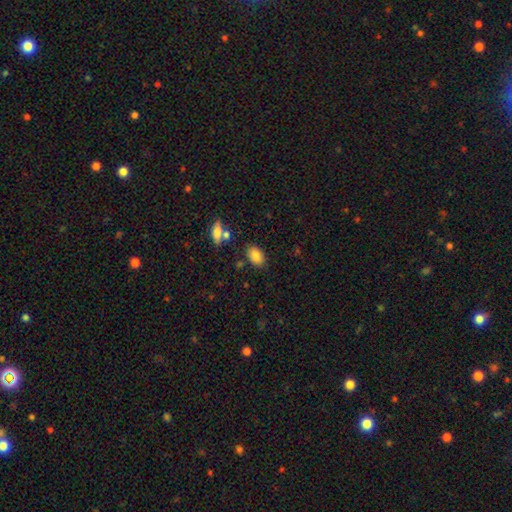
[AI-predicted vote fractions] smooth-or-featured: smooth: 84% | star or artifact: 9% | featured or disk: 7%
  how-rounded: in between: 89% | round: 9% | cigar-shaped: 2%
  merging: none: 78% | minor disturbance: 12% | merger: 6% | major disturbance: 3%